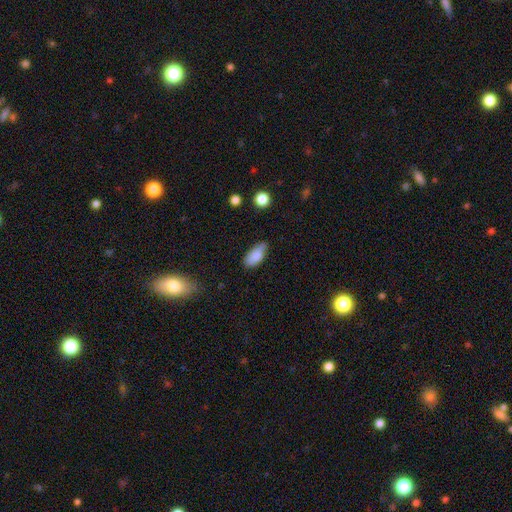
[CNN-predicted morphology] smooth 84%, featured or disk 9%, star or artifact 7%. Down the decision tree: how rounded — in between (89%); merging — none (62%).